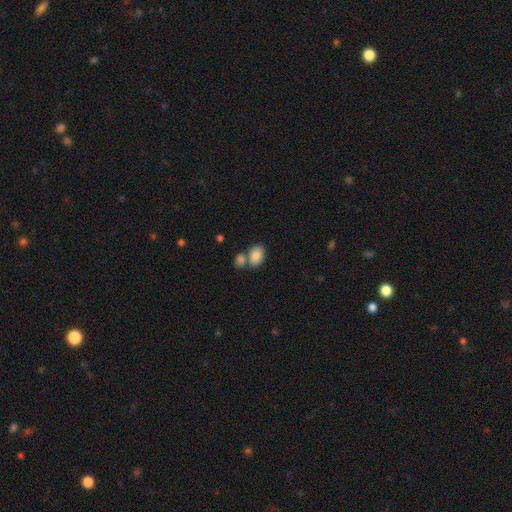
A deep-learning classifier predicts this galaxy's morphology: smooth_or_featured: smooth (p=0.86) [alt: star or artifact p=0.07]
how_rounded: in between (p=0.81) [alt: round p=0.18]
merging: none (p=0.46) [alt: merger p=0.40]